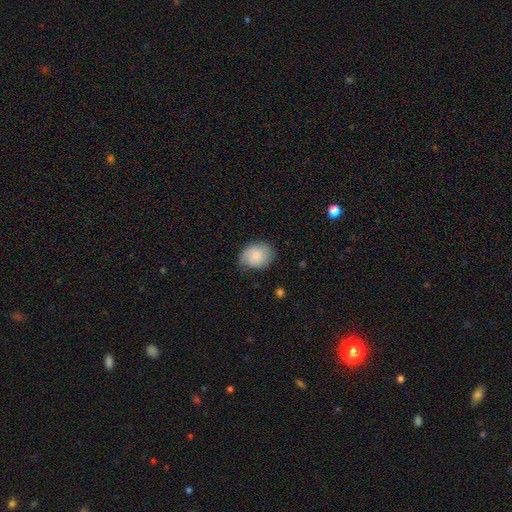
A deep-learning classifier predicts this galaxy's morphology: Smooth or featured? smooth (65%)
How rounded? in between (55%)
Merging? none (69%)